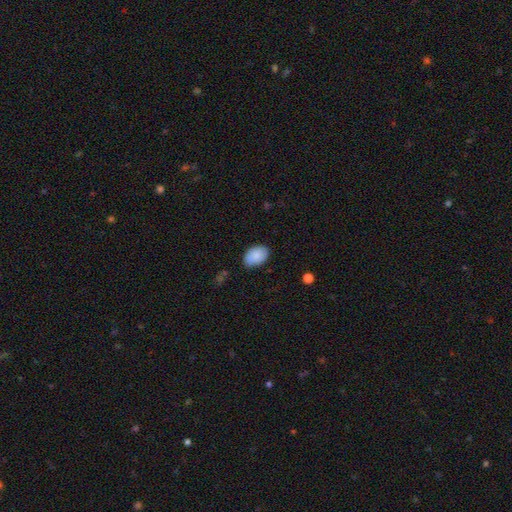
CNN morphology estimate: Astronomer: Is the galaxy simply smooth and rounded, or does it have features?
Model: smooth — 87%.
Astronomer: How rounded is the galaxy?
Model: in between — 89%.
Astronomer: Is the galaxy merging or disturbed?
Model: none — 82%.